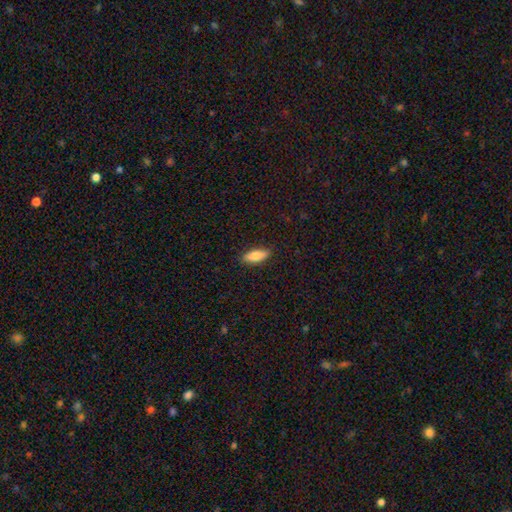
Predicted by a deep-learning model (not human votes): smooth 82%, featured or disk 12%, star or artifact 6%. Down the decision tree: how rounded — in between (71%); merging — none (89%).